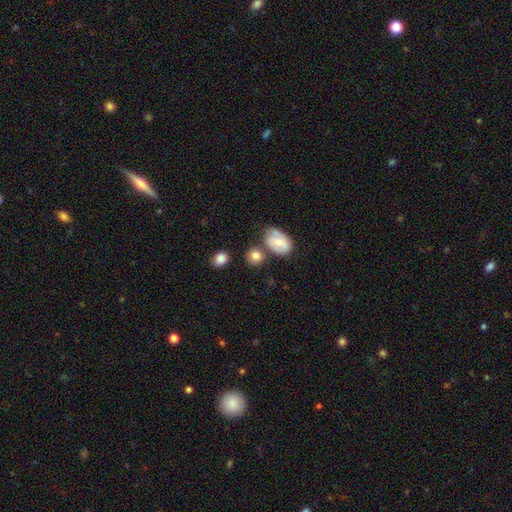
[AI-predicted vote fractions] Smooth or featured?
  - smooth: 79% *
  - featured or disk: 13%
  - star or artifact: 8%
How rounded?
  - round: 72% *
  - in between: 26%
  - cigar-shaped: 1%
Merging?
  - none: 64% *
  - merger: 16%
  - minor disturbance: 15%
  - major disturbance: 5%